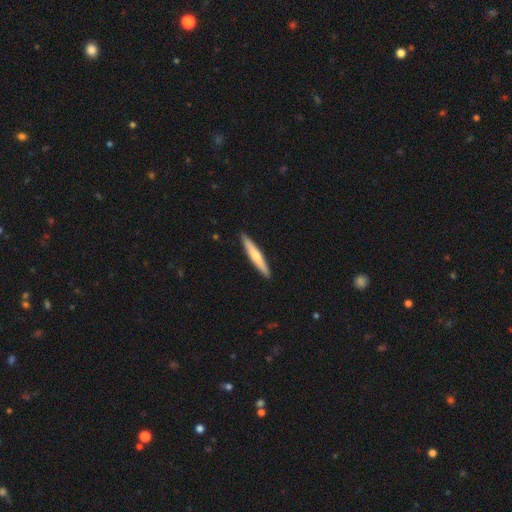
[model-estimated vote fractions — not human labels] smooth 57%, featured or disk 38%, star or artifact 5%. Down the decision tree: how rounded — cigar-shaped (93%); merging — none (92%).